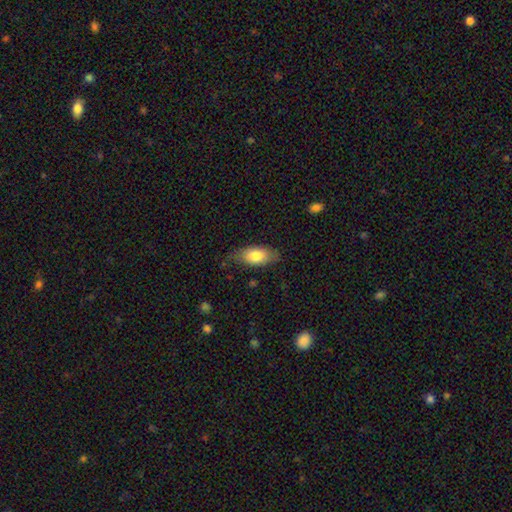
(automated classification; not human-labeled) Overall: smooth (77%). How rounded: in between (87%). Merging: none (71%).